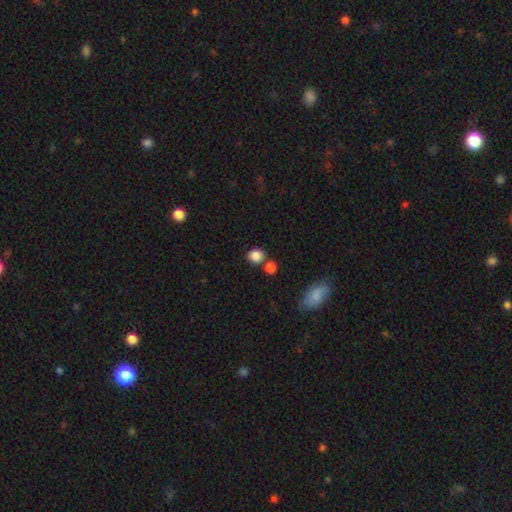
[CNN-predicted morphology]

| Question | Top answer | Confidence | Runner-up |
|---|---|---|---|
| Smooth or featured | smooth | 85% | star or artifact (10%) |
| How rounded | round | 77% | in between (22%) |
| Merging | none | 68% | merger (19%) |